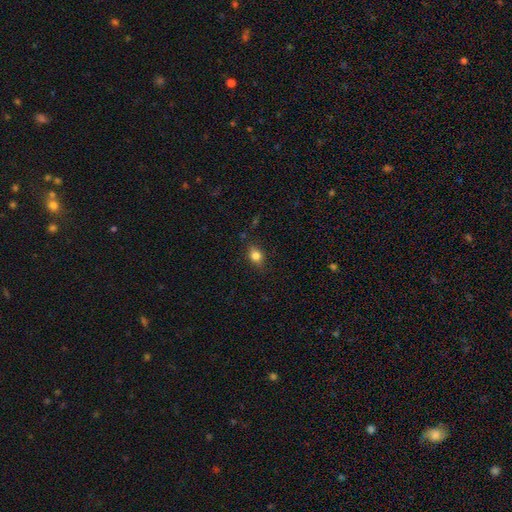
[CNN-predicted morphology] smooth 80%, star or artifact 10%, featured or disk 9%. Down the decision tree: how rounded — in between (58%); merging — none (79%).